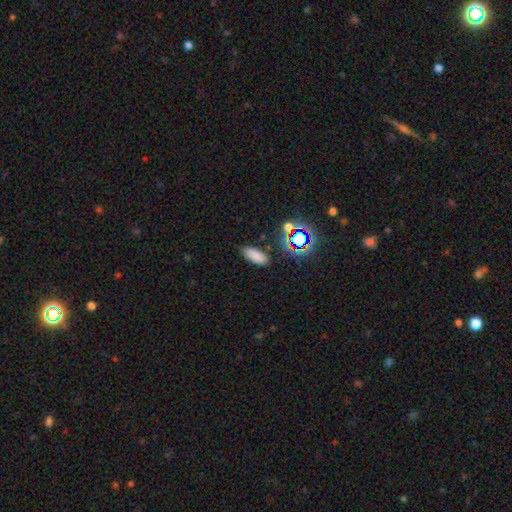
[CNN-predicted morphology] Smooth or featured: smooth — 77% (star or artifact — 17%)
How rounded: in between — 79% (cigar-shaped — 17%)
Merging: none — 85% (minor disturbance — 10%)